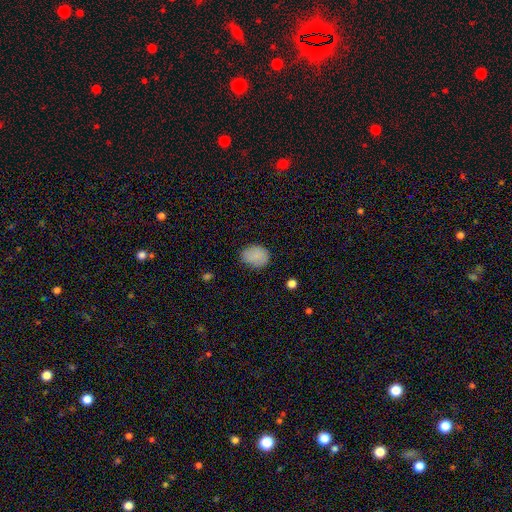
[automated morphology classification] A smooth galaxy with no disk features (86%) that is in between round and cigar-shaped (52%).

Vote fractions:
- Smooth or featured? smooth: 86% / star or artifact: 8% / featured or disk: 6%
- How rounded? in between: 52% / round: 47% / cigar-shaped: 1%
- Merging? none: 74% / minor disturbance: 21% / major disturbance: 4% / merger: 1%